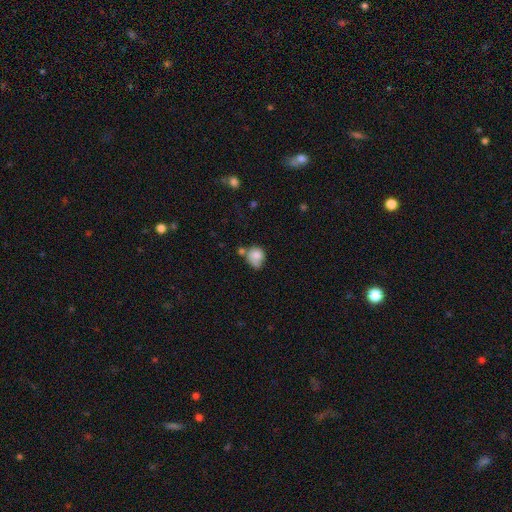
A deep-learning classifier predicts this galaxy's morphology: This is likely a smooth galaxy (79%). How rounded: likely round (66%). Merging: marginally none (36%).